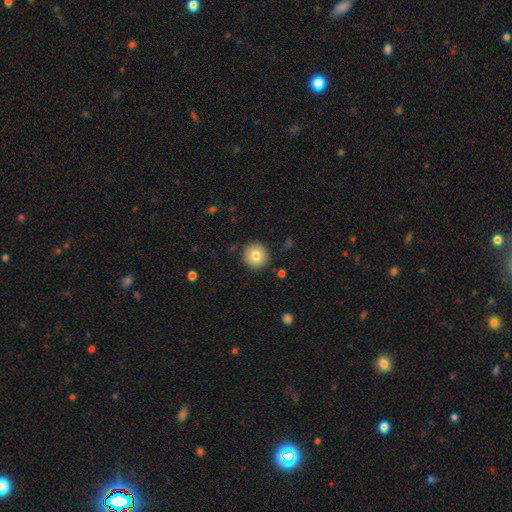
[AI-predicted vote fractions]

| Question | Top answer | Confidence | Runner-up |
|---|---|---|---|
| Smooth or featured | smooth | 80% | featured or disk (11%) |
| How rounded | round | 94% | in between (5%) |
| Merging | none | 89% | minor disturbance (7%) |